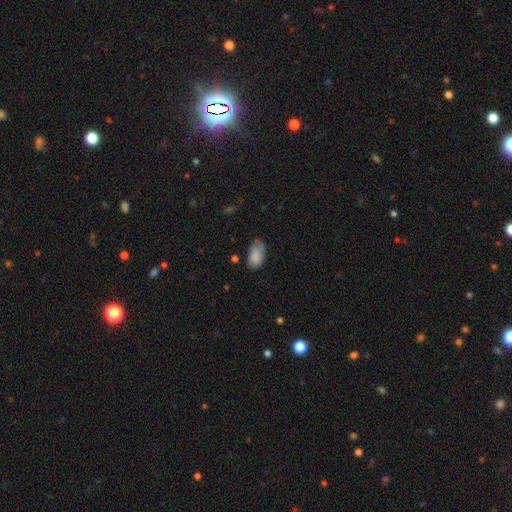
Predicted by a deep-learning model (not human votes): A smooth galaxy with no disk features (84%) that is in between round and cigar-shaped (93%).

Vote fractions:
- Smooth or featured? smooth: 84% / featured or disk: 8% / star or artifact: 8%
- How rounded? in between: 93% / round: 5% / cigar-shaped: 2%
- Merging? none: 59% / minor disturbance: 31% / major disturbance: 7% / merger: 2%